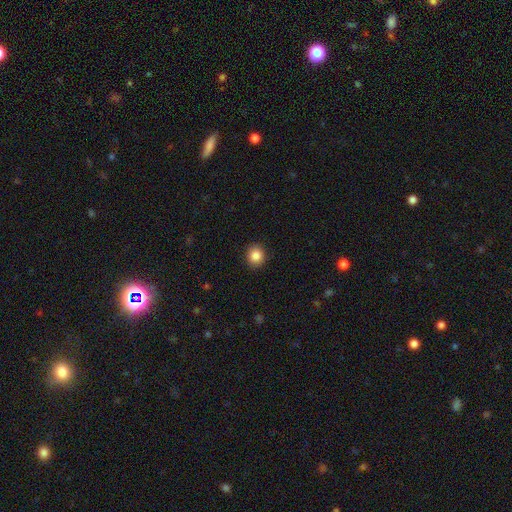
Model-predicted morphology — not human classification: A smooth galaxy with no disk features (86%) that is round (85%). Merging: none (91%).